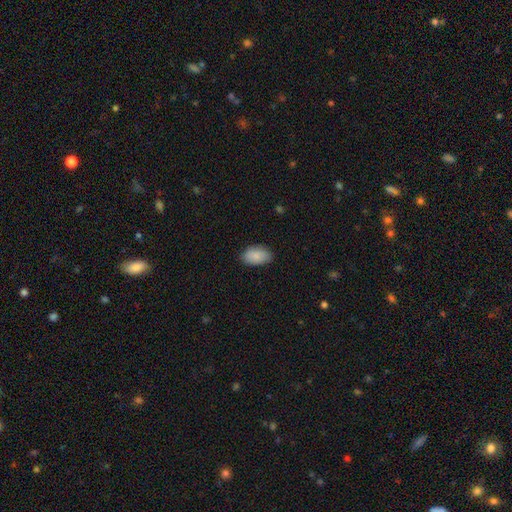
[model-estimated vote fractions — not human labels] smooth-or-featured: smooth: 87% | star or artifact: 7% | featured or disk: 6%
  how-rounded: in between: 93% | round: 6% | cigar-shaped: 1%
  merging: none: 82% | minor disturbance: 15% | major disturbance: 3% | merger: 1%